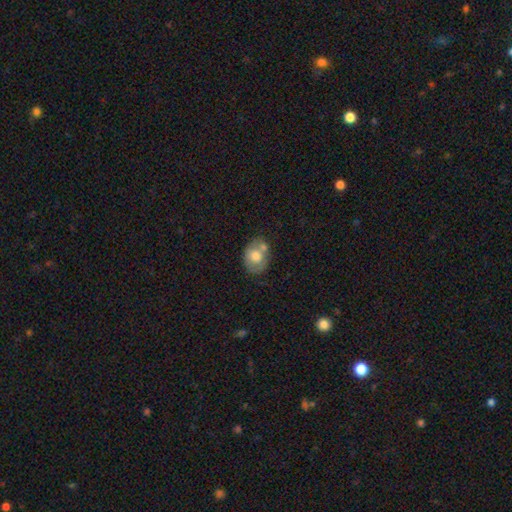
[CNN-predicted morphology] Q: Smooth or featured?
A: smooth (65%); runner-up: featured or disk (28%)
Q: How rounded?
A: in between (64%); runner-up: round (35%)
Q: Merging?
A: none (43%); runner-up: merger (29%)